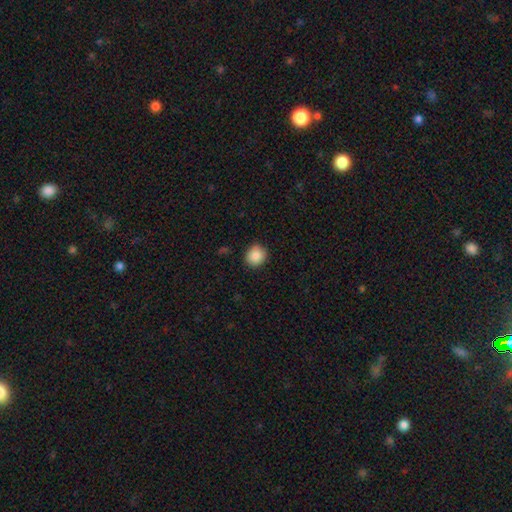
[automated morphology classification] A smooth galaxy with no disk features (88%) that is round (88%). Merging: none (89%).